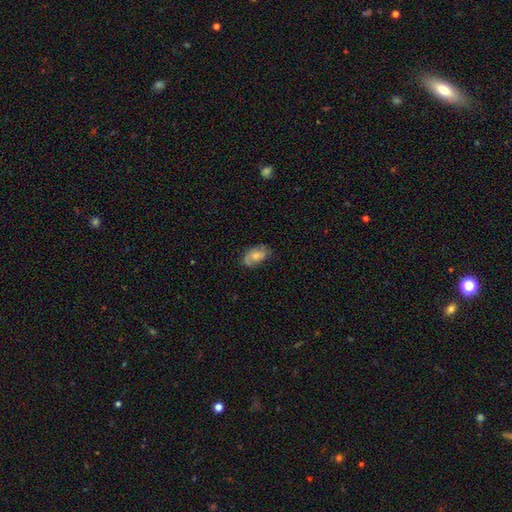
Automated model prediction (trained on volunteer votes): smooth-or-featured: smooth: 49% | featured or disk: 43% | star or artifact: 8%
  merging: none: 71% | minor disturbance: 21% | major disturbance: 6% | merger: 1%